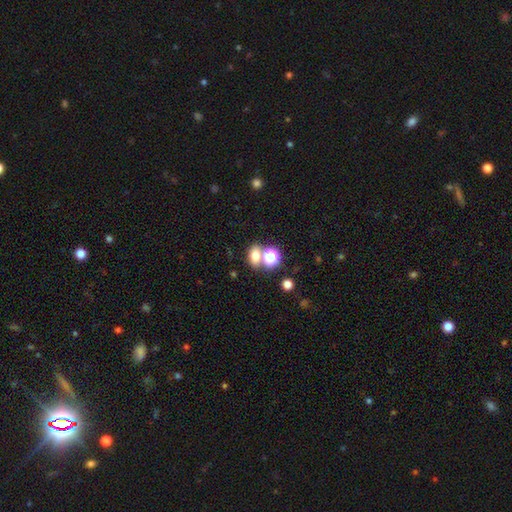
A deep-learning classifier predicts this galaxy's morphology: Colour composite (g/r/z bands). It shows a smooth galaxy with no disk features (71%) that is in between round and cigar-shaped (63%). Merging: none (54%).